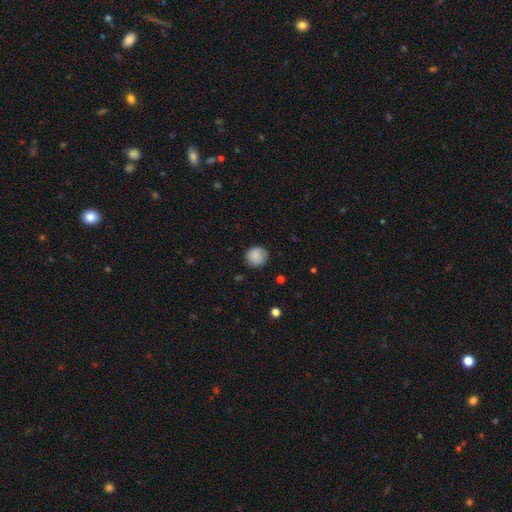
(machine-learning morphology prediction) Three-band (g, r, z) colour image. It shows a smooth galaxy with no disk features (87%) that is round (93%). Merging: none (85%).